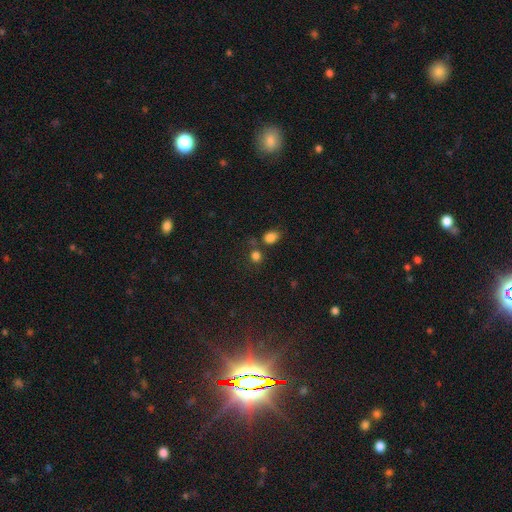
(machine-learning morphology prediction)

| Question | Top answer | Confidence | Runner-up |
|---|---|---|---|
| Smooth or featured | smooth | 79% | star or artifact (15%) |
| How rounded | round | 74% | in between (25%) |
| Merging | none | 63% | merger (22%) |